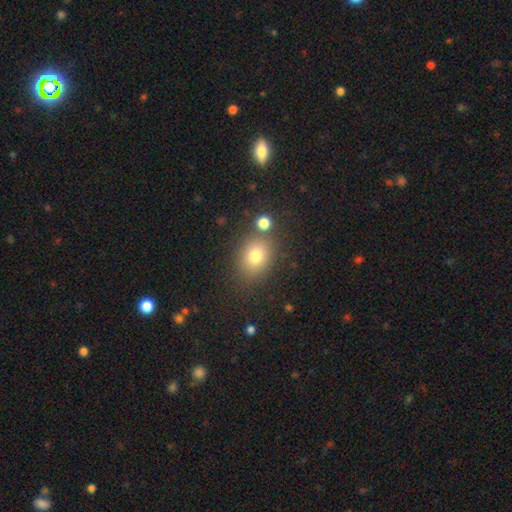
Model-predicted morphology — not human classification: Smooth or featured? Predicted: smooth (p=0.77). How rounded? Predicted: round (p=0.52). Merging? Predicted: none (p=0.77).